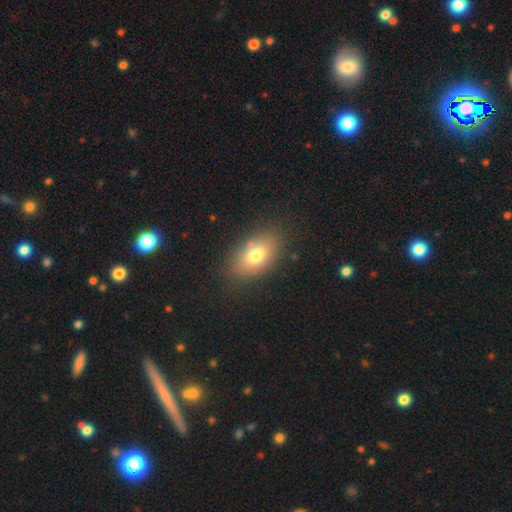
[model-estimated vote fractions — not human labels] smooth_or_featured: smooth (p=0.75) [alt: featured or disk p=0.15]
how_rounded: in between (p=0.88) [alt: round p=0.10]
merging: none (p=0.82) [alt: minor disturbance p=0.11]